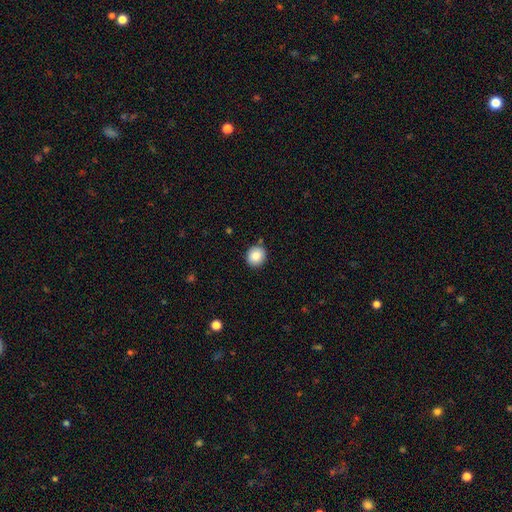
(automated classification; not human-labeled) smooth-or-featured: smooth: 87% | star or artifact: 8% | featured or disk: 5%
  how-rounded: round: 86% | in between: 13% | cigar-shaped: 1%
  merging: none: 87% | minor disturbance: 8% | merger: 2% | major disturbance: 2%